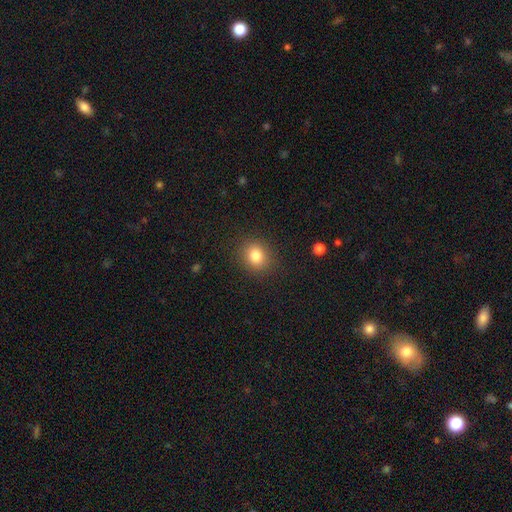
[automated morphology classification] Smooth or featured? Predicted: smooth (p=0.82). How rounded? Predicted: round (p=0.73). Merging? Predicted: none (p=0.88).